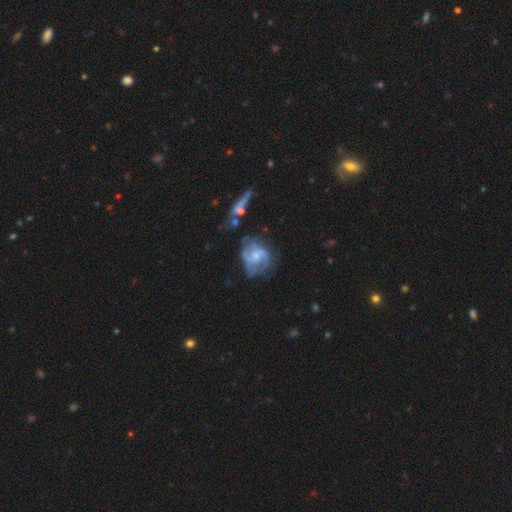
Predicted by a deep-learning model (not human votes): smooth-or-featured: featured or disk: 77% | smooth: 16% | star or artifact: 7%
  disk-edge-on: no: 97% | yes: 3%
    bar: no: 62% | weak: 33% | strong: 5%
    has-spiral-arms: yes: 88% | no: 12%
      spiral-winding: medium: 47% | tight: 31% | loose: 22%
      spiral-arm-count: 2: 46% | can't tell: 24% | 3: 18% | 4: 4% | 1: 4% | more than 4: 3%
    bulge-size: small: 46% | moderate: 41% | none: 8% | large: 3% | dominant: 1%
  merging: none: 50% | minor disturbance: 24% | major disturbance: 19% | merger: 7%